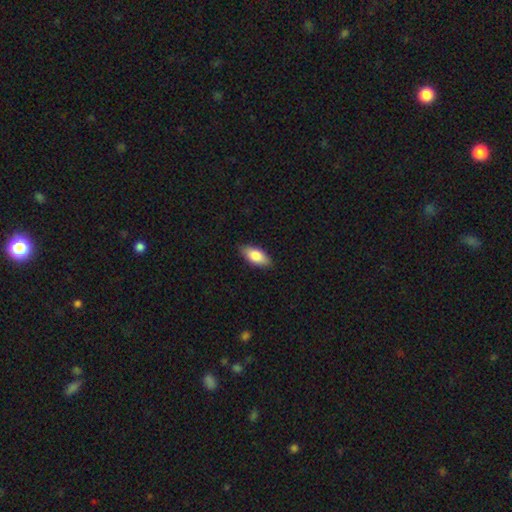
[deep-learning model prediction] smooth_or_featured: smooth (p=0.81) [alt: featured or disk p=0.12]
how_rounded: in between (p=0.87) [alt: cigar-shaped p=0.10]
merging: none (p=0.87) [alt: minor disturbance p=0.10]